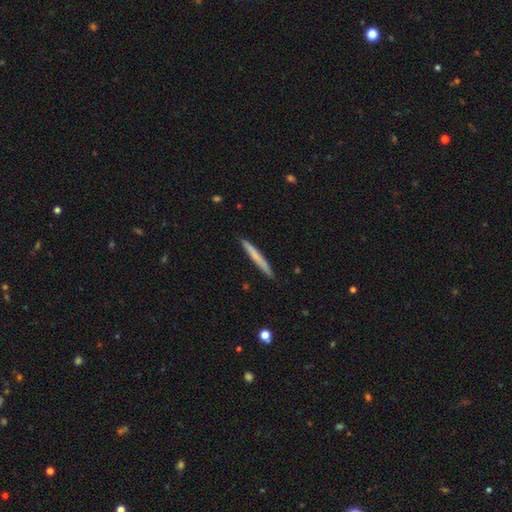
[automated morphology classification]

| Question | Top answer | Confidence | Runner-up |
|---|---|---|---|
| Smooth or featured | smooth | 65% | featured or disk (30%) |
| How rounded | cigar-shaped | 97% | in between (2%) |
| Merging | none | 91% | minor disturbance (7%) |